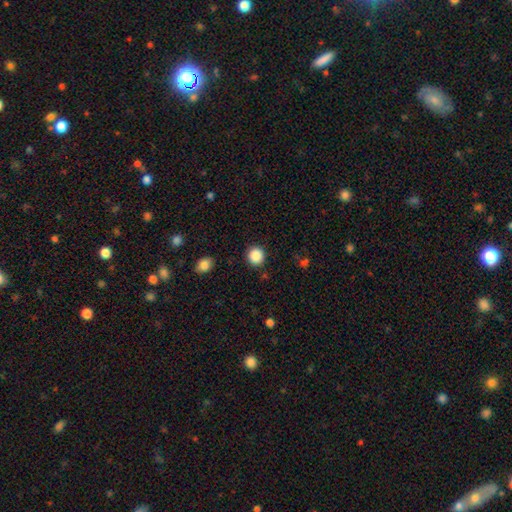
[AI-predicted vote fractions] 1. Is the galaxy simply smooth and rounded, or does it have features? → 88% smooth, 9% star or artifact, 3% featured or disk.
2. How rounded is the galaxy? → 91% round, 8% in between, 1% cigar-shaped.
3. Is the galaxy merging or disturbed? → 90% none, 6% minor disturbance, 2% major disturbance, 2% merger.